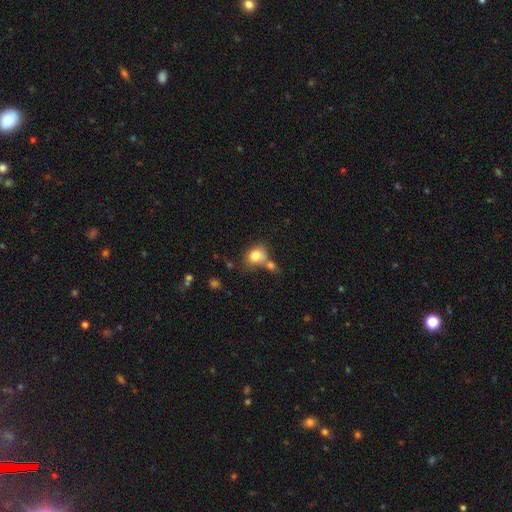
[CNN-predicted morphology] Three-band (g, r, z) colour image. It shows a smooth galaxy with no disk features (80%) that is round (53%). Merging: none (47%).